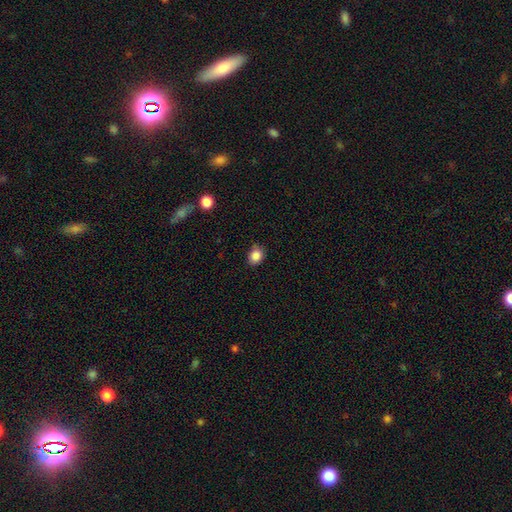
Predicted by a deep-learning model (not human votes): Smooth or featured?
  - smooth: 86% *
  - star or artifact: 10%
  - featured or disk: 4%
How rounded?
  - round: 50% *
  - in between: 49%
  - cigar-shaped: 1%
Merging?
  - none: 78% *
  - minor disturbance: 17%
  - major disturbance: 3%
  - merger: 2%